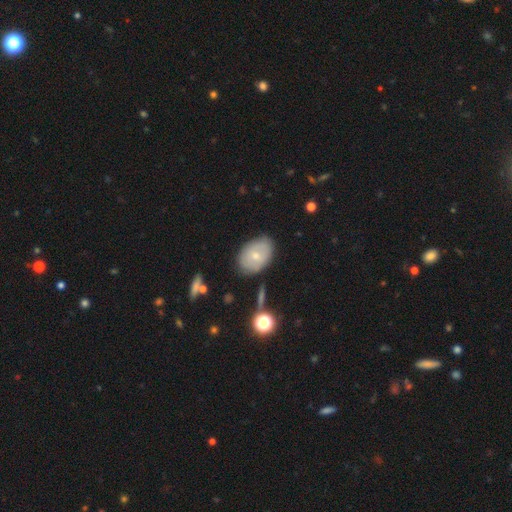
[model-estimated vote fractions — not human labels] This appears to be a smooth galaxy with no disk features (60%) that is in between round and cigar-shaped (81%). Merging: none (76%).